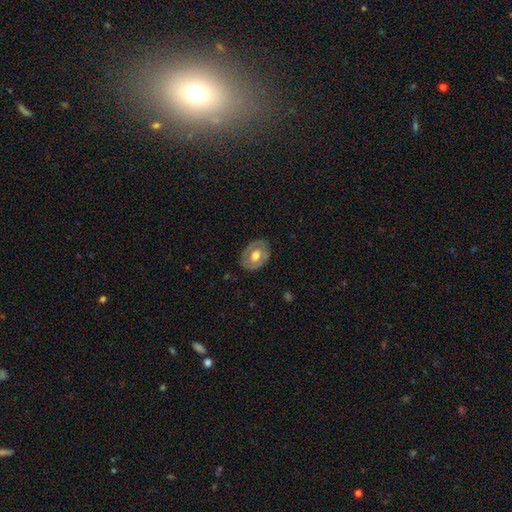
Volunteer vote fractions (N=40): Q: Smooth or featured?
A: featured or disk (45%); runner-up: smooth (42%)
Q: Edge-on disk?
A: no (100%)
Q: Bar?
A: no (67%); runner-up: weak (28%)
Q: Spiral arms?
A: no (89%); runner-up: yes (11%)
Q: Bulge size?
A: large (50%); runner-up: moderate (44%)
Q: Merging?
A: none (77%); runner-up: minor disturbance (11%)